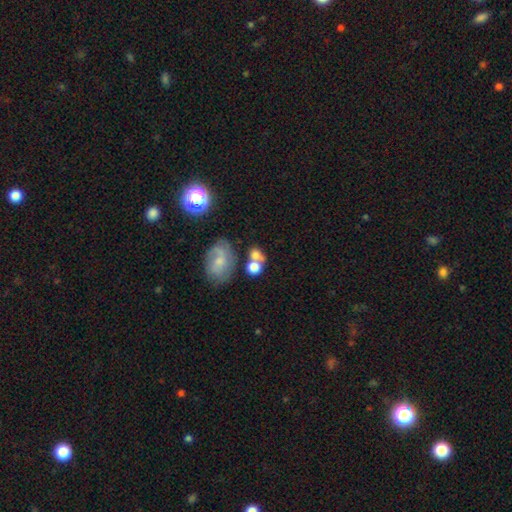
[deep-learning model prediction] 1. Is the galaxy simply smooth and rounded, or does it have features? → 69% smooth, 18% featured or disk, 13% star or artifact.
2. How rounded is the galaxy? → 58% round, 40% in between, 2% cigar-shaped.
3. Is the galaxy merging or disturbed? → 41% merger, 39% none, 12% minor disturbance, 8% major disturbance.